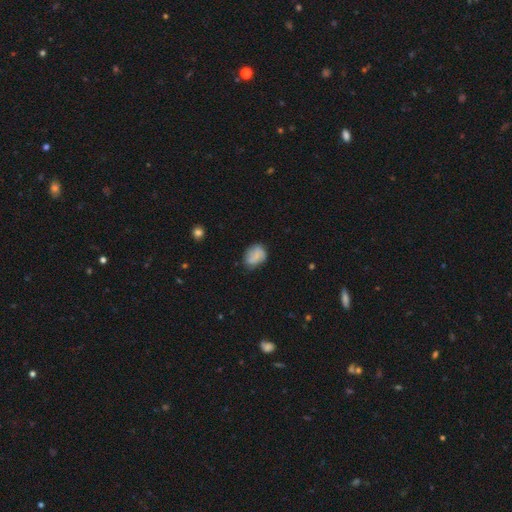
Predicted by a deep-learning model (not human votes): The model was most divided on "how rounded": in between: 67%, round: 31%, cigar-shaped: 1%. More confident: smooth or featured — smooth (76%); merging — none (67%).